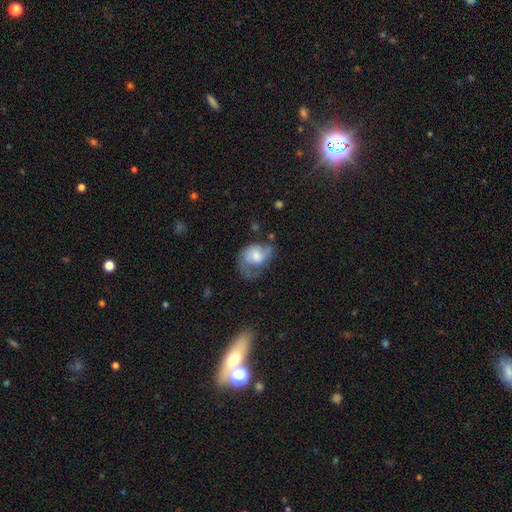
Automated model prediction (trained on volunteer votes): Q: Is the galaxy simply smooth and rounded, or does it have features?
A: featured or disk — 47%.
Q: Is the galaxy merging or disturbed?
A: major disturbance — 38%.